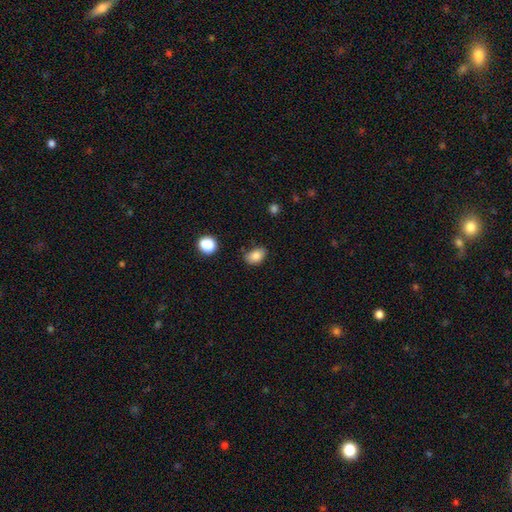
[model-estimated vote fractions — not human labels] Smooth or featured: smooth — 84% (star or artifact — 10%)
How rounded: in between — 80% (round — 19%)
Merging: none — 71% (minor disturbance — 22%)